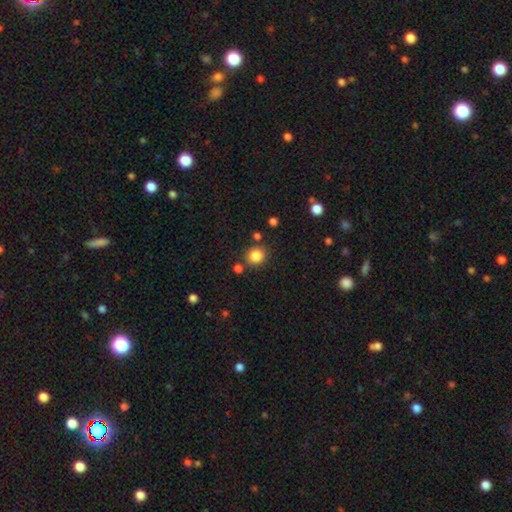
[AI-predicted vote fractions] Overall: smooth (85%). How rounded: round (83%). Merging: none (79%).